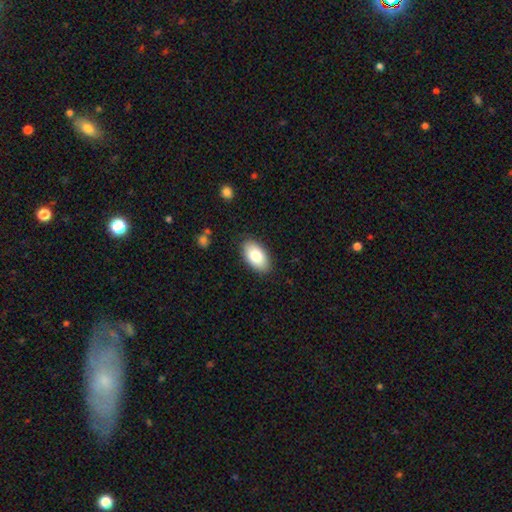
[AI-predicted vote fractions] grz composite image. It shows a smooth galaxy with no disk features (79%) that is in between round and cigar-shaped (95%). Merging: none (87%).